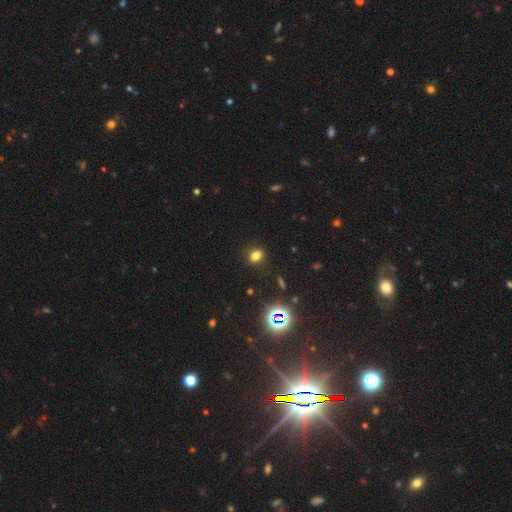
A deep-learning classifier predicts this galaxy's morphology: Overall: smooth (73%). How rounded: in between (55%; round 43%). Merging: none (85%).